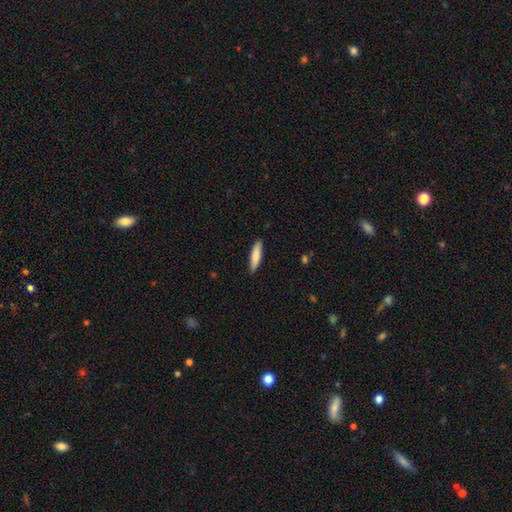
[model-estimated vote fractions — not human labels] Q: Smooth or featured?
A: smooth (81%); runner-up: featured or disk (14%)
Q: How rounded?
A: cigar-shaped (73%); runner-up: in between (25%)
Q: Merging?
A: none (86%); runner-up: minor disturbance (11%)